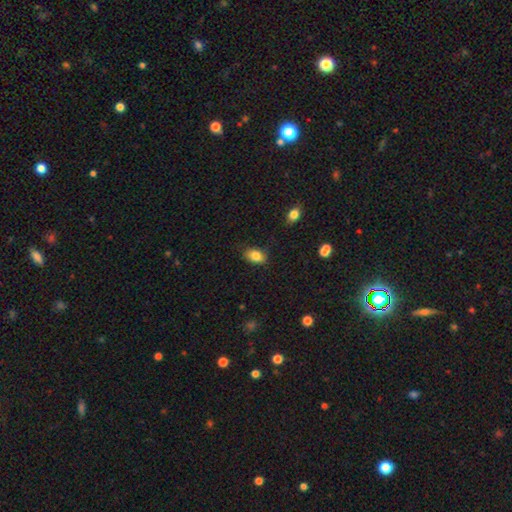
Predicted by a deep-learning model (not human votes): Q: Smooth or featured?
A: smooth (84%); runner-up: star or artifact (8%)
Q: How rounded?
A: in between (86%); runner-up: round (13%)
Q: Merging?
A: none (79%); runner-up: minor disturbance (16%)